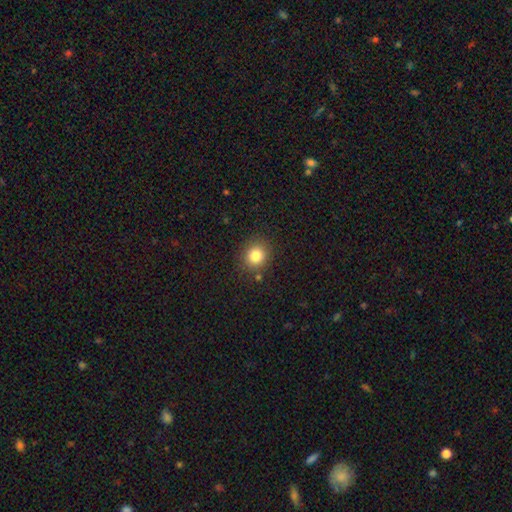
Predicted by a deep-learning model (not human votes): Smooth or featured: smooth — 82% (star or artifact — 11%)
How rounded: round — 80% (in between — 20%)
Merging: none — 85% (minor disturbance — 9%)